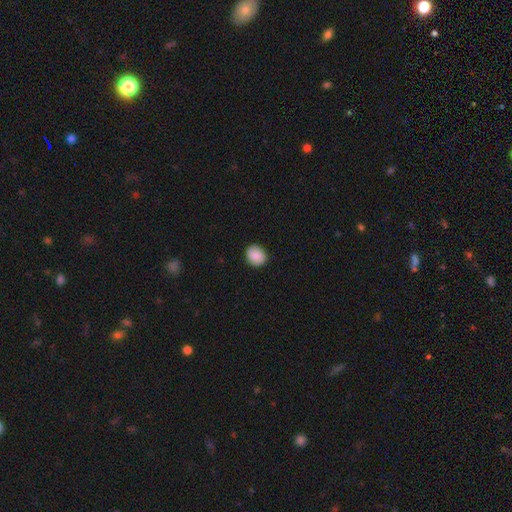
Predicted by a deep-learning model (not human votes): This appears to be a smooth galaxy with no disk features (76%) that is round (72%). Merging: none (85%).